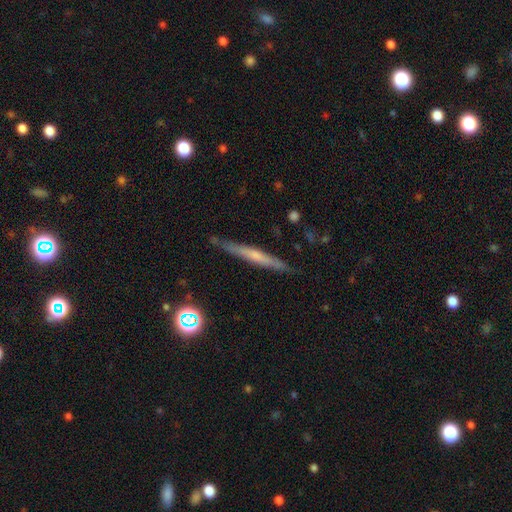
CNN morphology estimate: Q: Smooth or featured?
A: featured or disk (55%); runner-up: smooth (38%)
Q: Edge-on disk?
A: yes (95%); runner-up: no (5%)
Q: Edge-on bulge?
A: none (51%); runner-up: rounded (40%)
Q: Merging?
A: none (84%); runner-up: minor disturbance (12%)